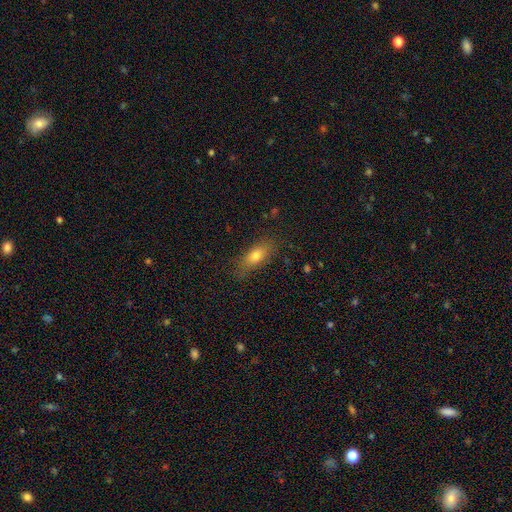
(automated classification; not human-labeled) Morphology: type=smooth (72%); roundness=in between (65%); merging=none (79%).